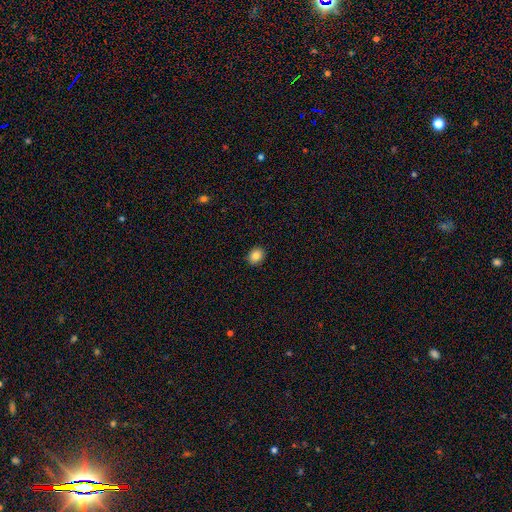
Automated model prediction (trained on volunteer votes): This appears to be a smooth galaxy with no disk features (84%) that is round (56%). Merging: none (90%).